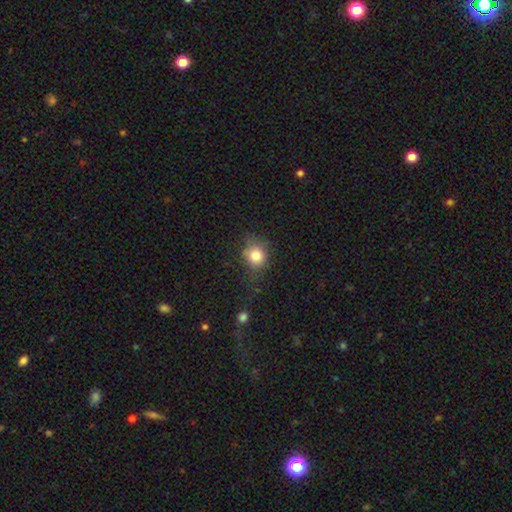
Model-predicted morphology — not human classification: Q: Smooth or featured?
A: smooth (81%); runner-up: star or artifact (11%)
Q: How rounded?
A: round (75%); runner-up: in between (24%)
Q: Merging?
A: none (66%); runner-up: minor disturbance (23%)